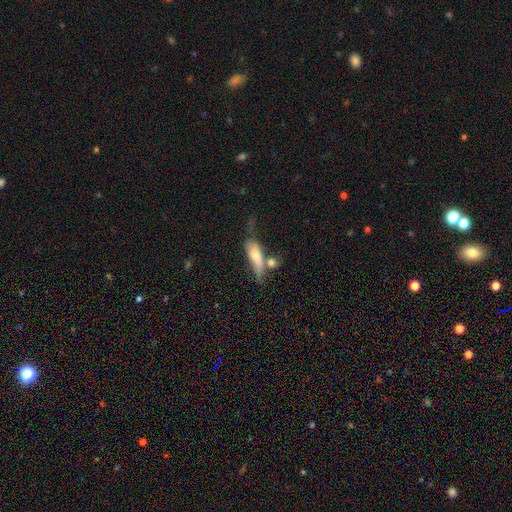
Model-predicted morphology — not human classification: Overall: smooth (64%; featured or disk 29%). How rounded: cigar-shaped (49%; in between 48%). Merging: merger (30%, tied with none).